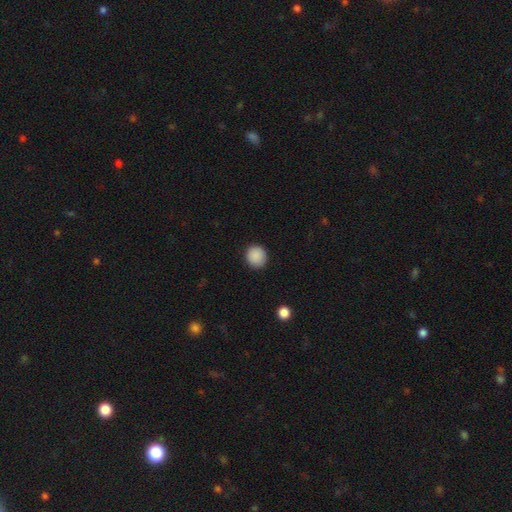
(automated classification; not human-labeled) smooth-or-featured: smooth: 89% | star or artifact: 8% | featured or disk: 3%
  how-rounded: round: 88% | in between: 11% | cigar-shaped: 1%
  merging: none: 90% | minor disturbance: 7% | major disturbance: 2% | merger: 1%